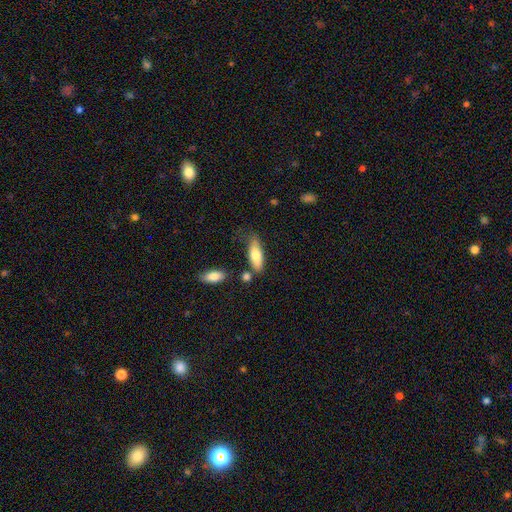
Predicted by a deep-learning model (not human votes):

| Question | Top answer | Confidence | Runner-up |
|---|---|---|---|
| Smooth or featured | smooth | 75% | featured or disk (19%) |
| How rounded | in between | 65% | cigar-shaped (33%) |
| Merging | none | 62% | minor disturbance (22%) |